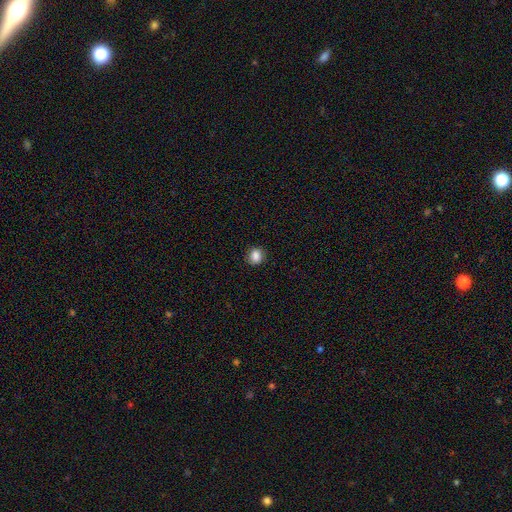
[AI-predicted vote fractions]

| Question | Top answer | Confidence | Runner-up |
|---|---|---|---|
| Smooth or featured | smooth | 85% | star or artifact (10%) |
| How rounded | round | 62% | in between (36%) |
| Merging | none | 87% | minor disturbance (10%) |